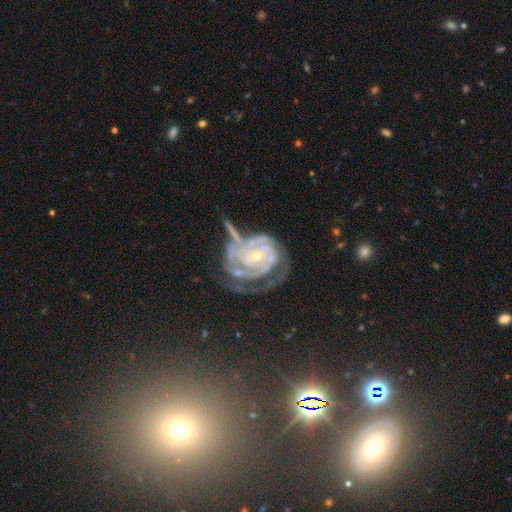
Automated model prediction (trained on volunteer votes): smooth-or-featured: featured or disk: 87% | star or artifact: 7% | smooth: 6%
  disk-edge-on: no: 97% | yes: 3%
    bar: no: 70% | weak: 22% | strong: 8%
    has-spiral-arms: yes: 95% | no: 5%
      spiral-winding: tight: 72% | medium: 22% | loose: 6%
      spiral-arm-count: 2: 28% (tied) | can't tell: 28% (tied) | 3: 23% | 4: 8% | 1: 7% | more than 4: 6%
    bulge-size: small: 66% | moderate: 30% | large: 2% | none: 1% | dominant: 1%
  merging: none: 37% | major disturbance: 28% | minor disturbance: 22% | merger: 12%